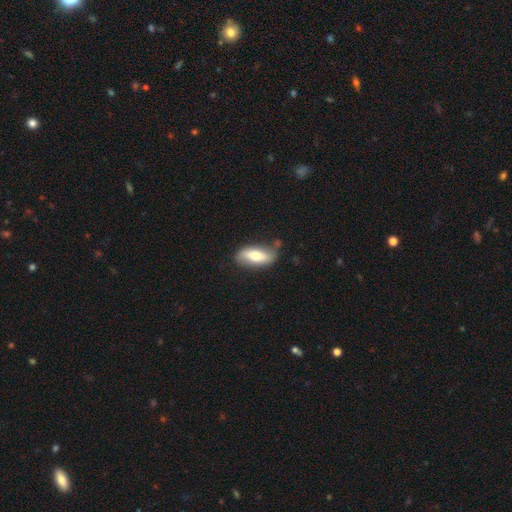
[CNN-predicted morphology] A smooth galaxy with no disk features (60%) that is in between round and cigar-shaped (83%). Merging: none (70%).